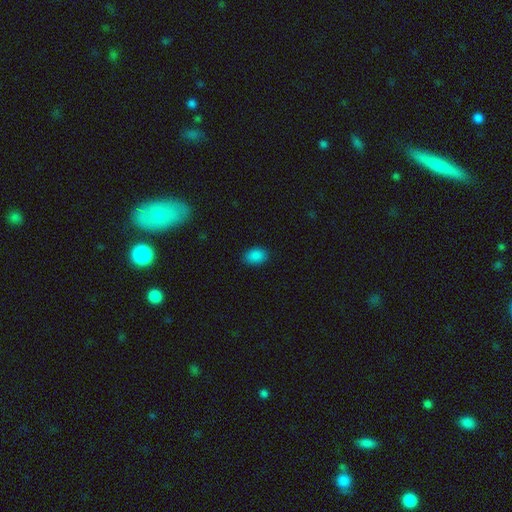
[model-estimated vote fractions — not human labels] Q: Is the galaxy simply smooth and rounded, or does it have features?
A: smooth — 87%.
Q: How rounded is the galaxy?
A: in between — 82%.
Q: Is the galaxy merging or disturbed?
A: none — 88%.